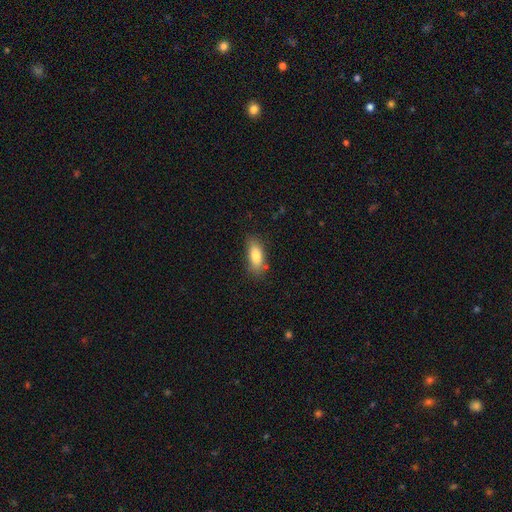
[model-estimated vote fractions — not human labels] This appears to be a smooth galaxy with no disk features (82%) that is in between round and cigar-shaped (80%). Merging: none (75%).